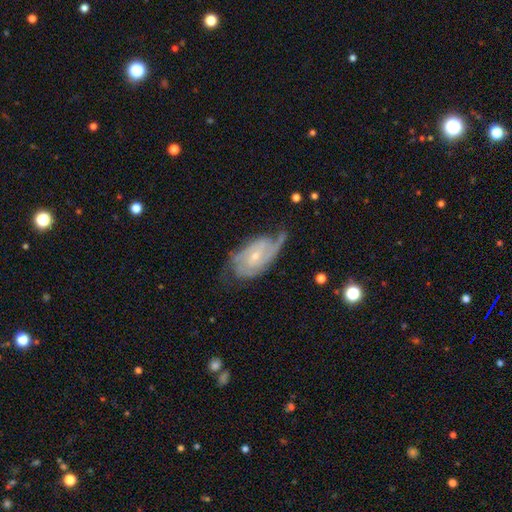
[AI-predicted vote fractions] This appears to be a featured or disk galaxy (84%) with no bar (45%), 2 (51%) tight (48%) spiral arms (95%) and a small central bulge (70%). Merging: none (56%).